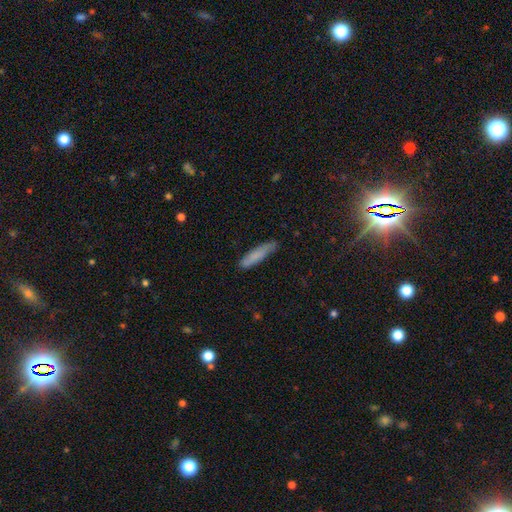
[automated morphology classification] Smooth or featured? smooth (79%)
How rounded? cigar-shaped (87%)
Merging? none (79%)